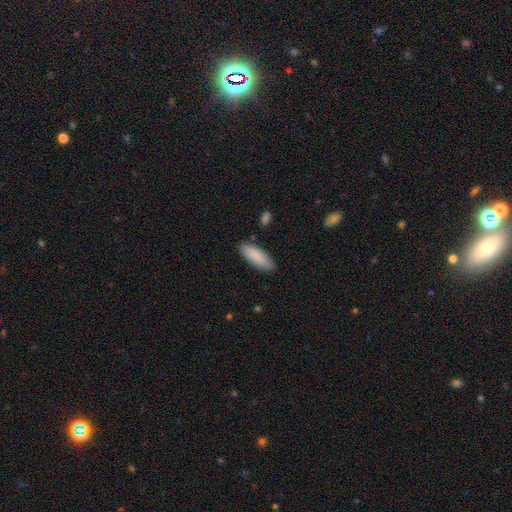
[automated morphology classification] This is clearly a smooth galaxy (88%). How rounded: likely in between (68%). Merging: clearly none (85%).